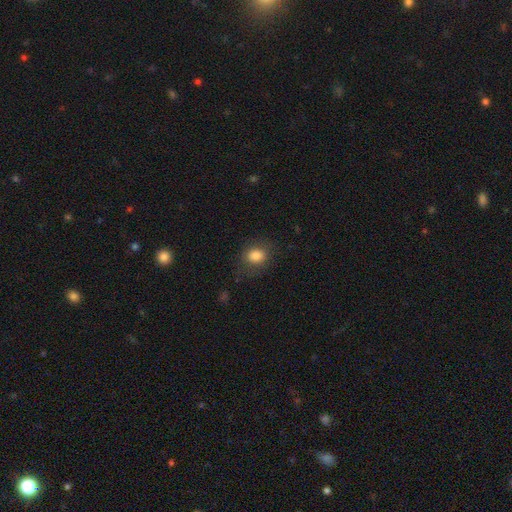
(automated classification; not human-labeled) Q: Smooth or featured?
A: smooth (84%); runner-up: star or artifact (9%)
Q: How rounded?
A: round (55%); runner-up: in between (44%)
Q: Merging?
A: none (75%); runner-up: minor disturbance (16%)